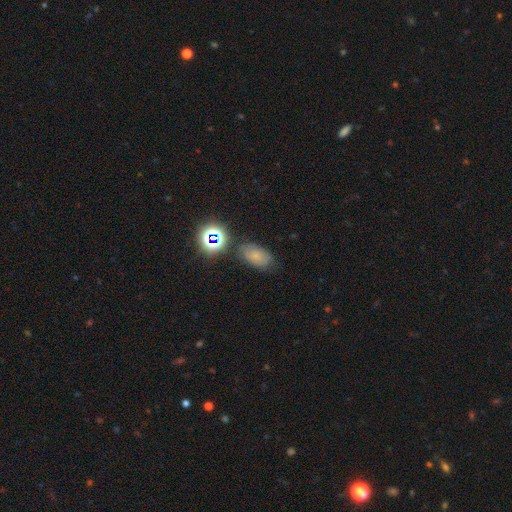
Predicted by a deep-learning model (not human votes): A smooth galaxy with no disk features (63%) that is in between round and cigar-shaped (88%). Merging: none (74%).